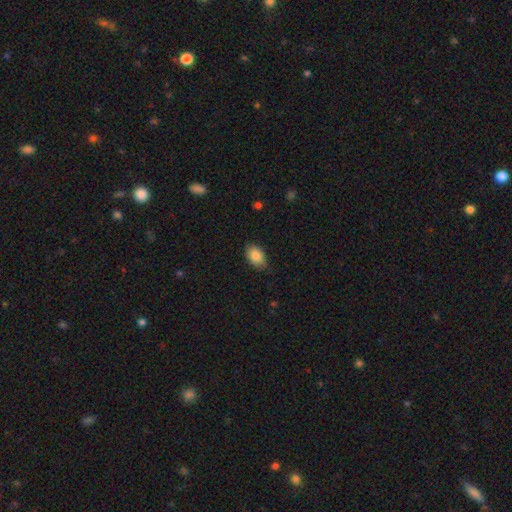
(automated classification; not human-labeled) Q: Smooth or featured?
A: smooth (86%); runner-up: star or artifact (7%)
Q: How rounded?
A: in between (88%); runner-up: round (11%)
Q: Merging?
A: none (76%); runner-up: minor disturbance (20%)